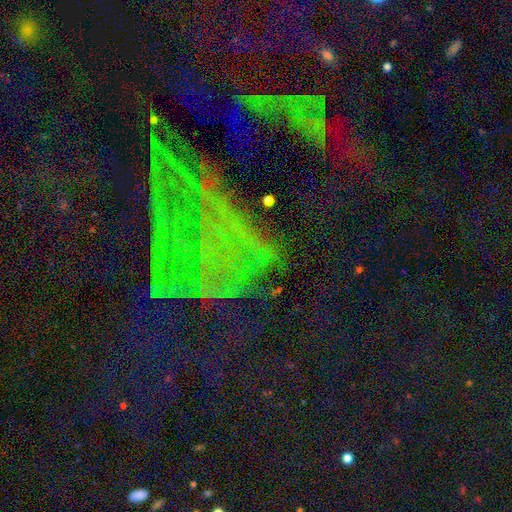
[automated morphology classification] A star or artifact, not a galaxy (78%).

Vote fractions:
- Smooth or featured? star or artifact: 78% / featured or disk: 12% / smooth: 10%